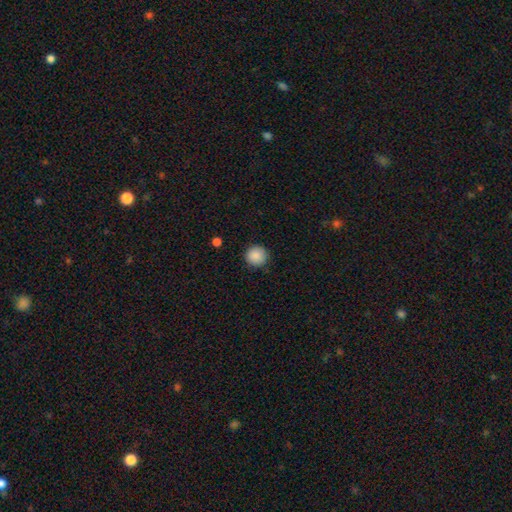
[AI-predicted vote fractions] smooth_or_featured: smooth (p=0.89) [alt: star or artifact p=0.08]
how_rounded: round (p=0.94) [alt: in between p=0.05]
merging: none (p=0.91) [alt: minor disturbance p=0.06]